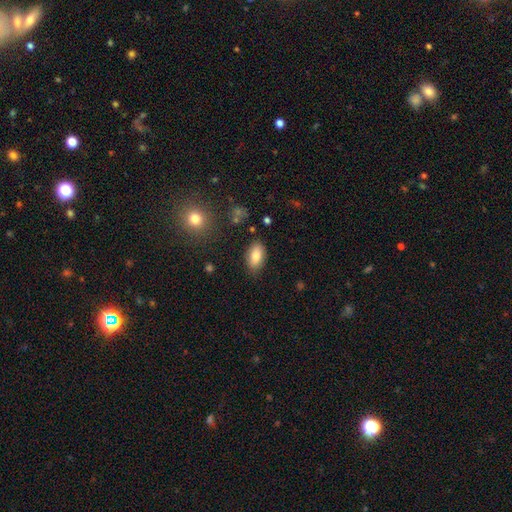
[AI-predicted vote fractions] smooth_or_featured: smooth (p=0.80) [alt: featured or disk p=0.12]
how_rounded: in between (p=0.92) [alt: round p=0.05]
merging: none (p=0.83) [alt: minor disturbance p=0.12]